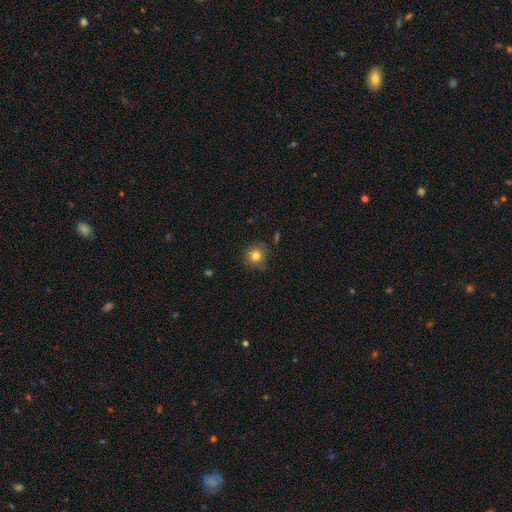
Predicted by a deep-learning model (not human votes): This is likely a smooth galaxy (80%). How rounded: clearly round (92%). Merging: clearly none (83%).